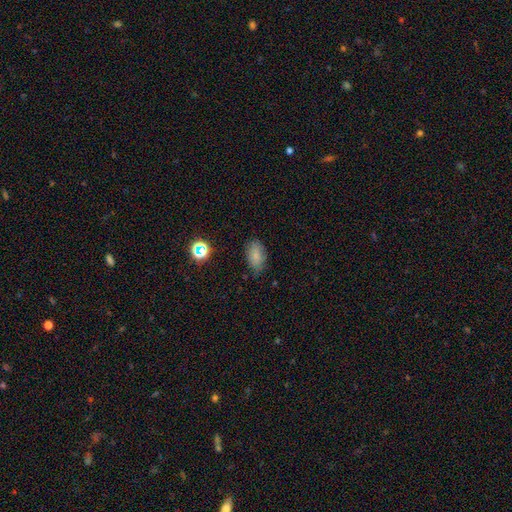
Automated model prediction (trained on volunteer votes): Overall: smooth (80%). How rounded: in between (89%). Merging: none (73%).